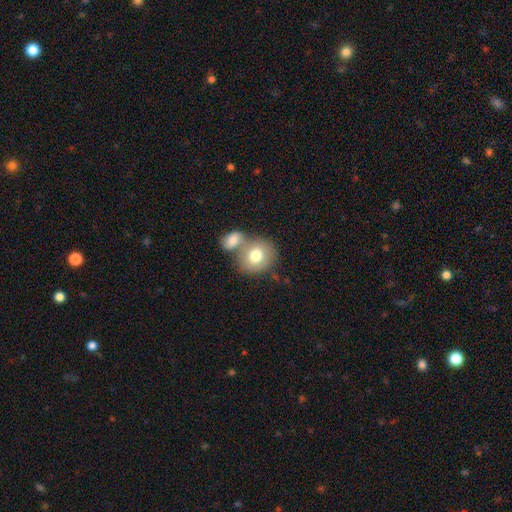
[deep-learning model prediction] The model was most divided on "merging": merger: 43%, none: 42%, minor disturbance: 10%, major disturbance: 4%. More confident: smooth or featured — smooth (76%); how rounded — round (71%).